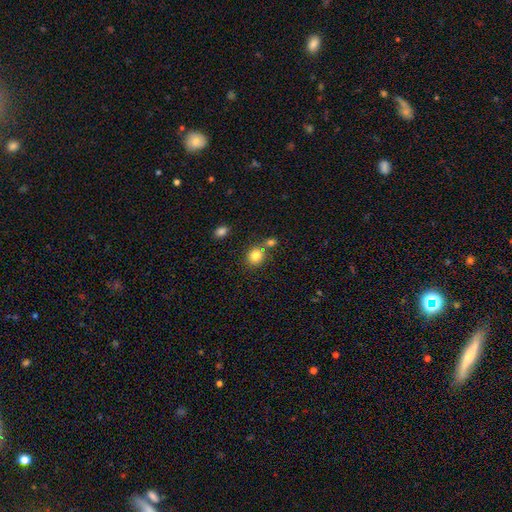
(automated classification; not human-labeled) Smooth or featured? Predicted: smooth (p=0.82). How rounded? Predicted: round (p=0.80). Merging? Predicted: none (p=0.64).